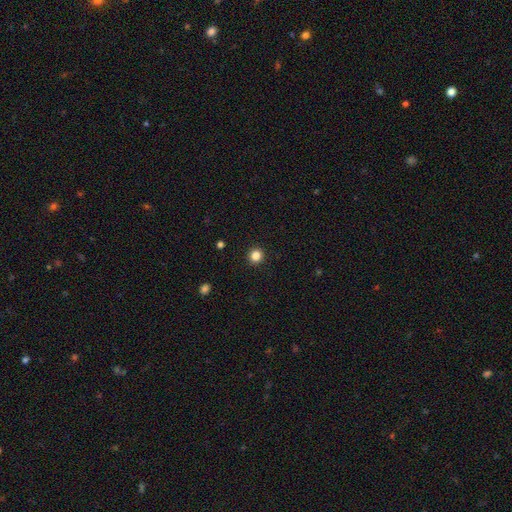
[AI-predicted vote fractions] smooth_or_featured: smooth (p=0.84) [alt: star or artifact p=0.12]
how_rounded: round (p=0.92) [alt: in between p=0.07]
merging: none (p=0.93) [alt: minor disturbance p=0.05]